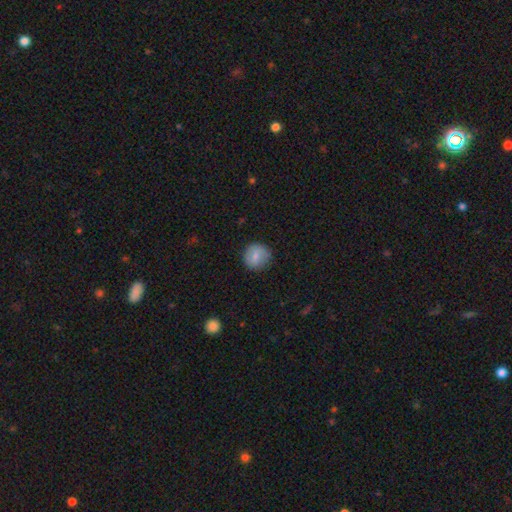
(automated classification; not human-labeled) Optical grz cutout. It shows a smooth galaxy with no disk features (77%) that is round (92%). Merging: none (85%).